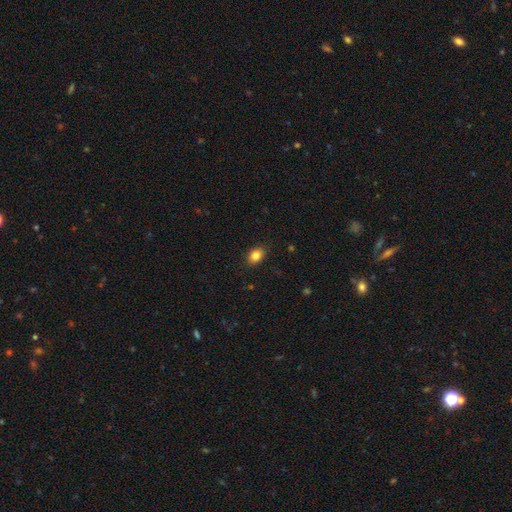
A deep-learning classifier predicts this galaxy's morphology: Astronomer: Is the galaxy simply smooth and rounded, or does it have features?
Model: smooth — 83%.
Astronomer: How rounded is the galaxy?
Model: in between — 69%.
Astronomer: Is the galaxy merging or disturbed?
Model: none — 86%.